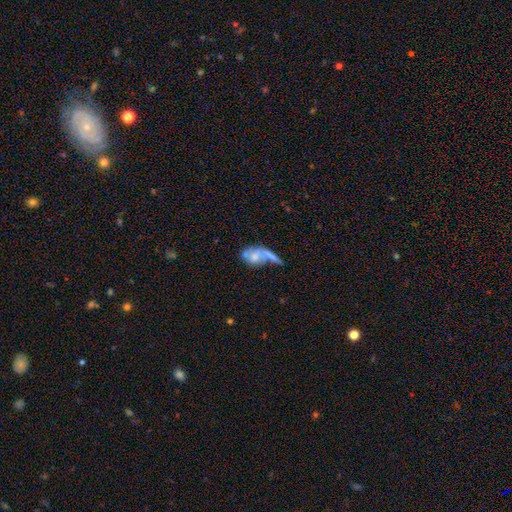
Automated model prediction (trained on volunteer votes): Morphology: type=featured or disk (46%); merging=merger (33%).